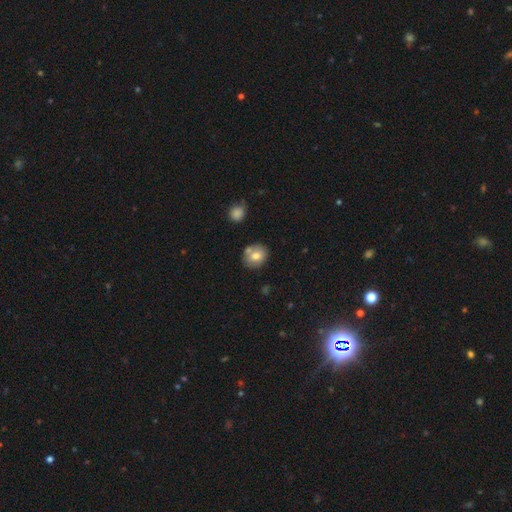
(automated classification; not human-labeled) smooth-or-featured: smooth: 74% | featured or disk: 16% | star or artifact: 9%
  how-rounded: round: 72% | in between: 27% | cigar-shaped: 1%
  merging: none: 68% | merger: 17% | minor disturbance: 13% | major disturbance: 3%